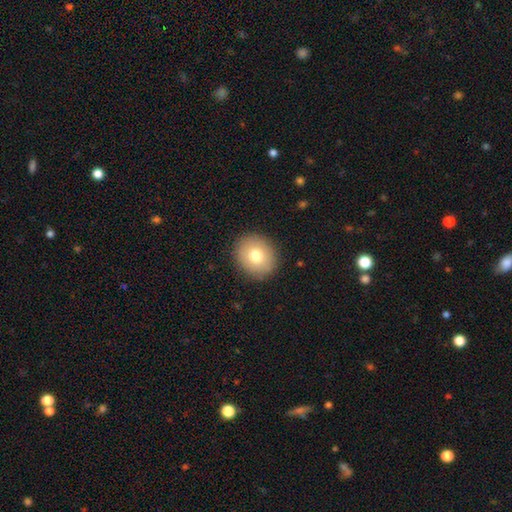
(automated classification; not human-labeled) This appears to be a smooth galaxy with no disk features (76%) that is round (75%). Merging: none (90%).